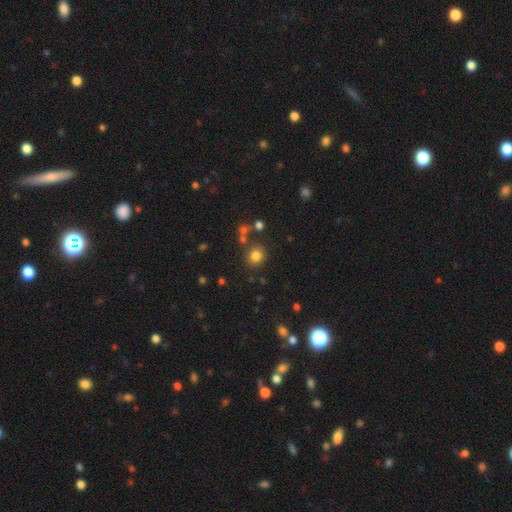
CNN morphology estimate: Smooth or featured? Predicted: smooth (p=0.79). How rounded? Predicted: round (p=0.83). Merging? Predicted: none (p=0.79).